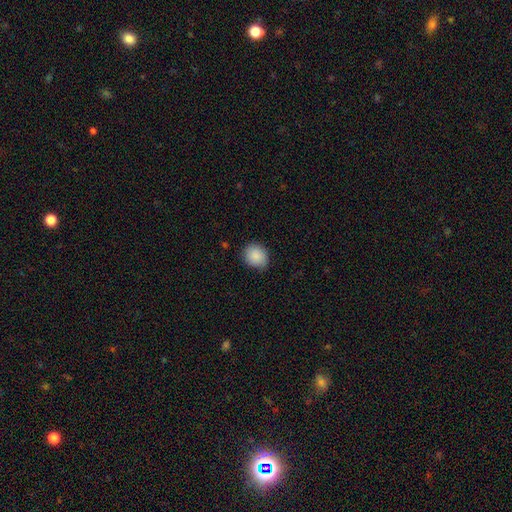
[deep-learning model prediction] Smooth or featured? smooth (88%)
How rounded? round (76%)
Merging? none (78%)